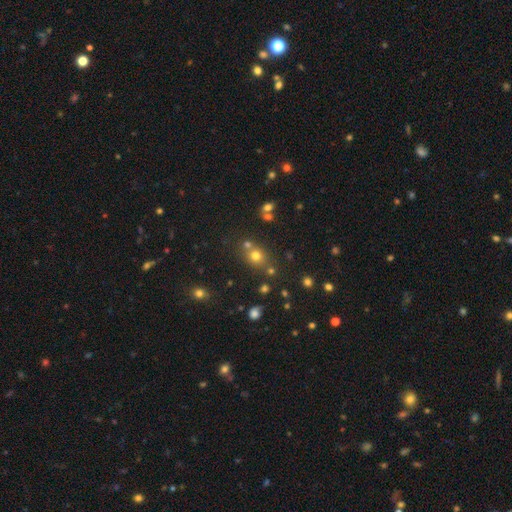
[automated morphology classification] Q: Smooth or featured?
A: smooth (70%); runner-up: star or artifact (20%)
Q: How rounded?
A: round (78%); runner-up: in between (21%)
Q: Merging?
A: none (65%); runner-up: merger (21%)